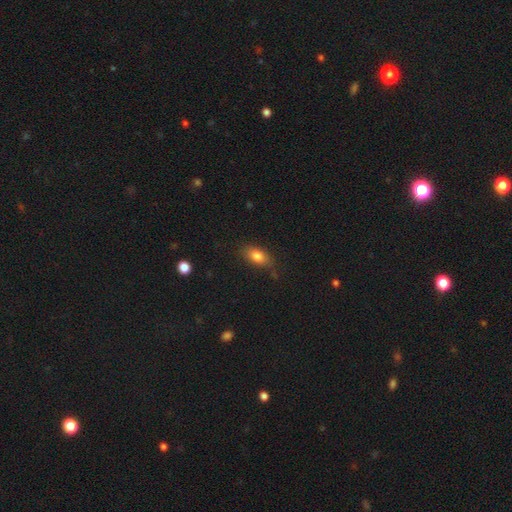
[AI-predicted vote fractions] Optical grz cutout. It shows a smooth galaxy with no disk features (80%) that is in between round and cigar-shaped (84%). Merging: none (75%).